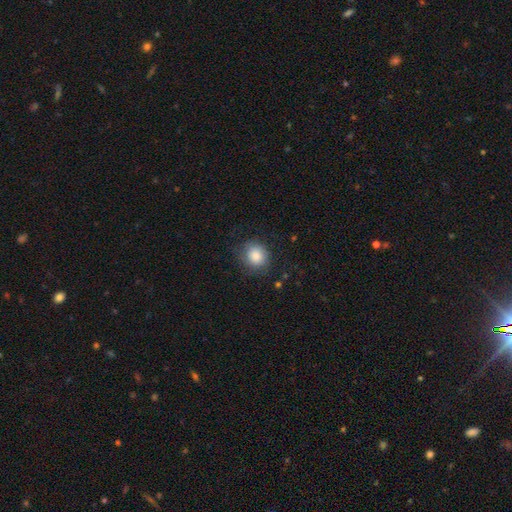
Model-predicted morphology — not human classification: This is clearly a smooth galaxy (84%). How rounded: likely round (73%). Merging: likely none (76%).